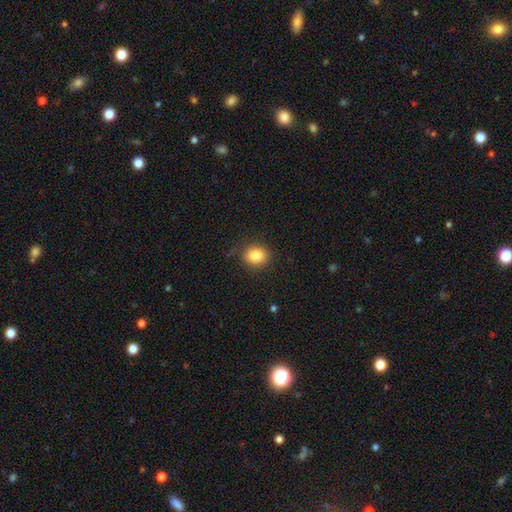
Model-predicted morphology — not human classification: smooth_or_featured: smooth (p=0.84) [alt: star or artifact p=0.10]
how_rounded: round (p=0.71) [alt: in between p=0.28]
merging: none (p=0.85) [alt: minor disturbance p=0.11]